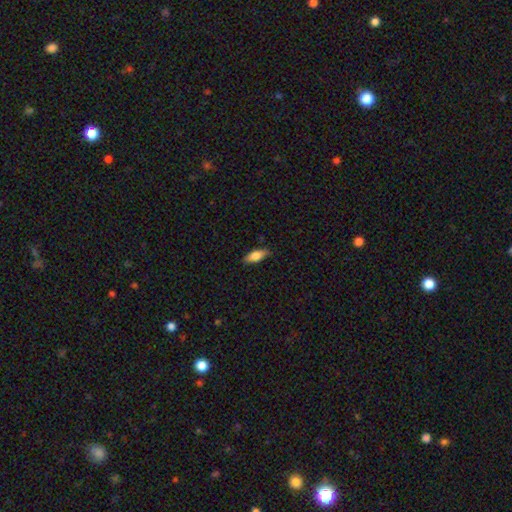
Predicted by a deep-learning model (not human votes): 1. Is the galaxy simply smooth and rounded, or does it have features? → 75% smooth, 19% featured or disk, 6% star or artifact.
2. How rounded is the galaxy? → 73% in between, 24% cigar-shaped, 3% round.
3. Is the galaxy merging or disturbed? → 83% none, 14% minor disturbance, 2% major disturbance, 1% merger.